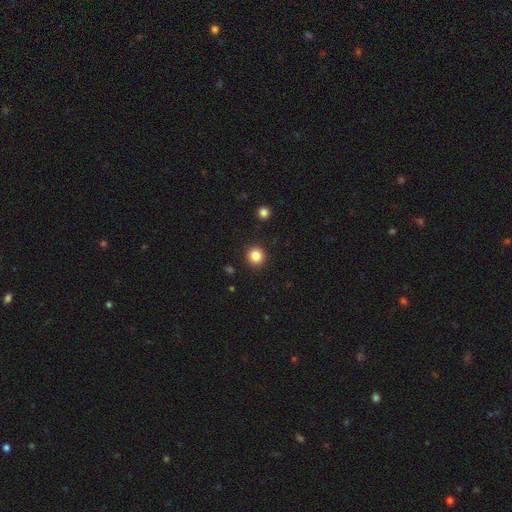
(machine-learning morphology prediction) A smooth galaxy with no disk features (85%) that is round (94%). Merging: none (92%).